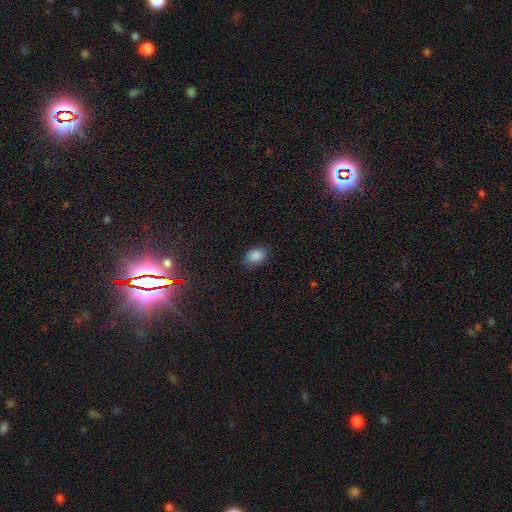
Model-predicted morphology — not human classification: Overall: smooth (87%). How rounded: in between (86%). Merging: none (83%).